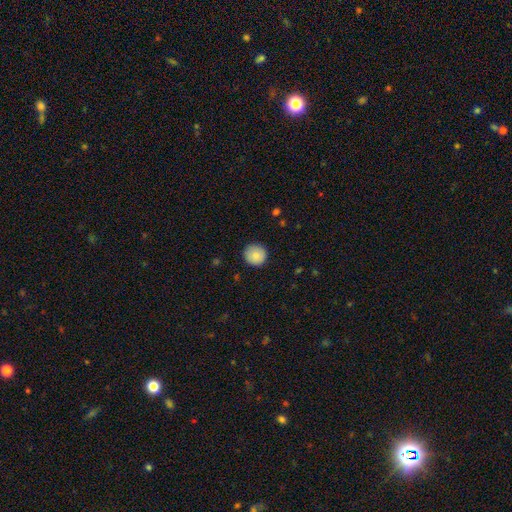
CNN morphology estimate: smooth-or-featured: smooth: 86% | star or artifact: 8% | featured or disk: 6%
  how-rounded: round: 94% | in between: 5% | cigar-shaped: 1%
  merging: none: 89% | minor disturbance: 8% | major disturbance: 2% | merger: 1%